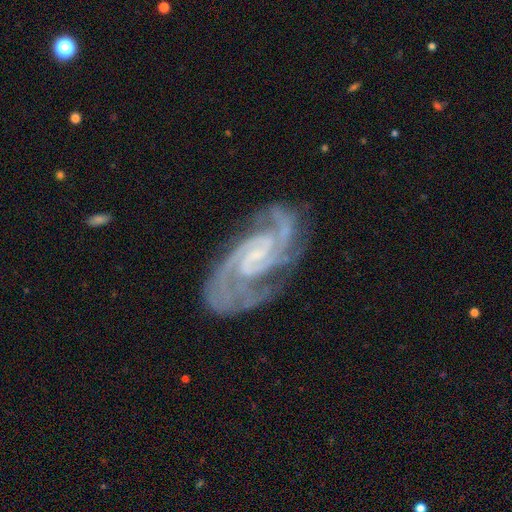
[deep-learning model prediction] Smooth or featured: featured or disk — 92% (star or artifact — 5%)
Edge-on disk: no — 97% (yes — 3%)
Bar: weak — 46% (no — 32%)
Spiral arms: yes — 99% (no — 1%)
Spiral winding: tight — 52% (medium — 42%)
Spiral arm count: 2 — 61% (3 — 19%)
Bulge size: small — 65% (none — 19%)
Merging: none — 72% (minor disturbance — 17%)